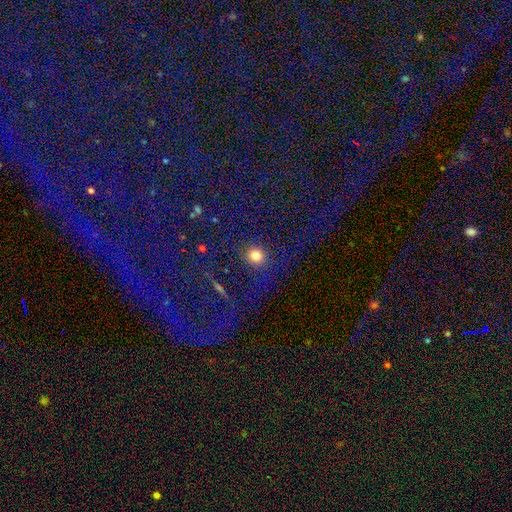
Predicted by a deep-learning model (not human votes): This appears to be a smooth galaxy with no disk features (78%) that is round (78%). Merging: none (84%).